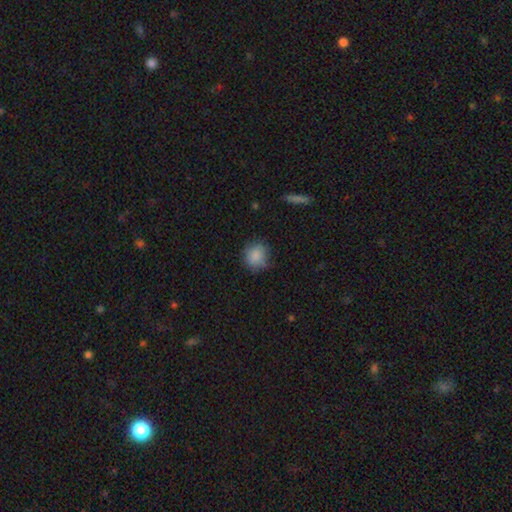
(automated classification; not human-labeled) smooth_or_featured: smooth (p=0.85) [alt: star or artifact p=0.09]
how_rounded: round (p=0.79) [alt: in between p=0.20]
merging: none (p=0.73) [alt: minor disturbance p=0.20]